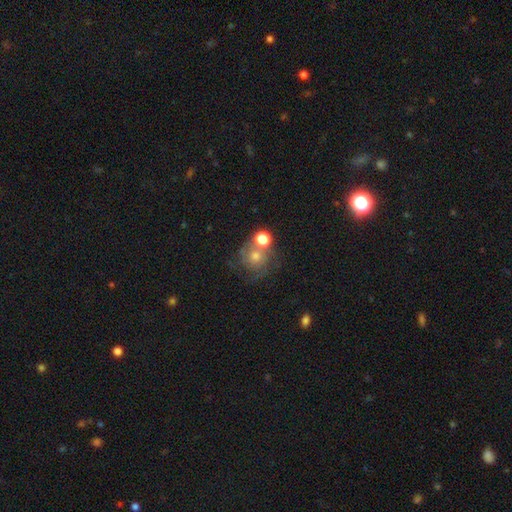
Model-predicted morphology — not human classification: The model was most divided on "smooth or featured": smooth: 42%, featured or disk: 41%, star or artifact: 17%. More confident: merging — none (51%).